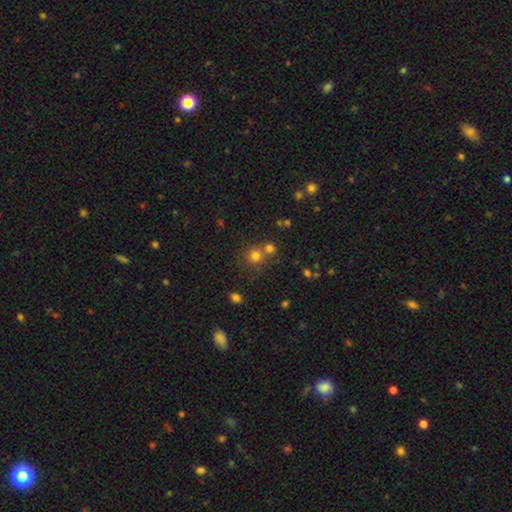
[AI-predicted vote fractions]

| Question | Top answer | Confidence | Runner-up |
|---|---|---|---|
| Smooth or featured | smooth | 74% | star or artifact (18%) |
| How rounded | round | 89% | in between (10%) |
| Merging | none | 59% | merger (30%) |